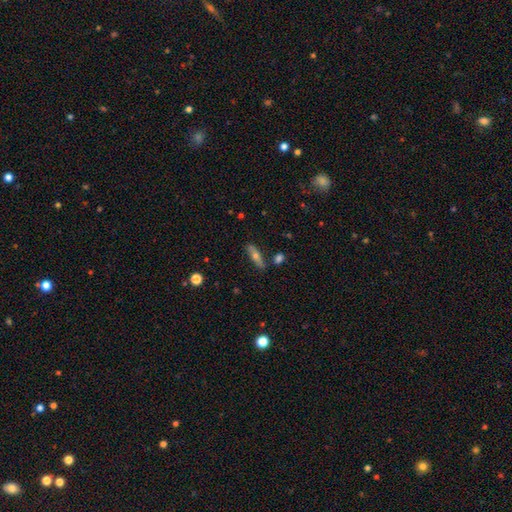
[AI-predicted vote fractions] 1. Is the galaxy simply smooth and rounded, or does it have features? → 50% smooth, 42% featured or disk, 8% star or artifact.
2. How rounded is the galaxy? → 69% cigar-shaped, 28% in between, 4% round.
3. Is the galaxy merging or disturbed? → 83% none, 11% minor disturbance, 4% merger, 2% major disturbance.